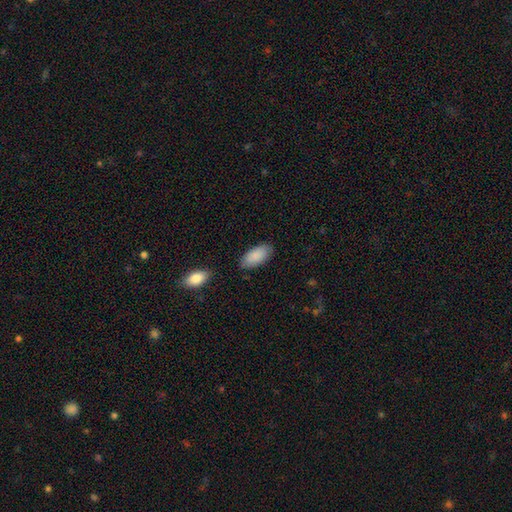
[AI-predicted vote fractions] A smooth galaxy with no disk features (89%) that is in between round and cigar-shaped (93%).

Vote fractions:
- Smooth or featured? smooth: 89% / star or artifact: 6% / featured or disk: 5%
- How rounded? in between: 93% / cigar-shaped: 5% / round: 2%
- Merging? none: 83% / minor disturbance: 12% / major disturbance: 3% / merger: 2%